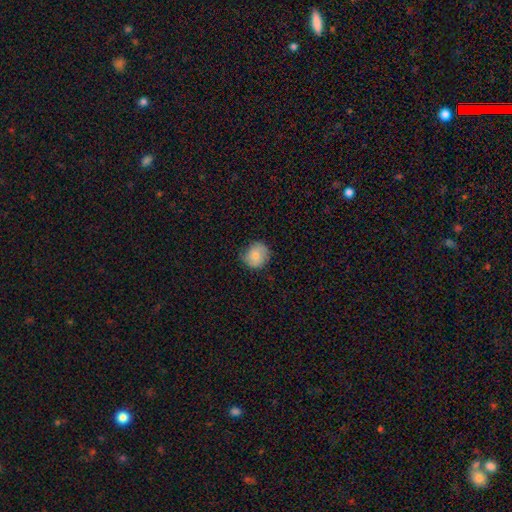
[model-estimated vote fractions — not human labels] This is likely a smooth galaxy (76%). How rounded: clearly round (83%). Merging: likely none (74%).